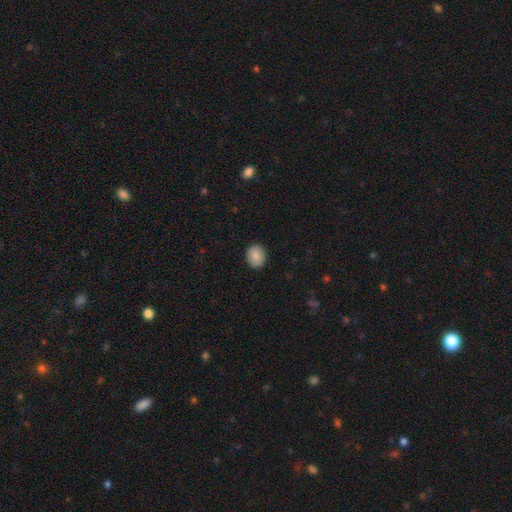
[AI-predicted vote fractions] A smooth galaxy with no disk features (87%) that is round (69%).

Vote fractions:
- Smooth or featured? smooth: 87% / star or artifact: 8% / featured or disk: 5%
- How rounded? round: 69% / in between: 30% / cigar-shaped: 1%
- Merging? none: 90% / minor disturbance: 7% / major disturbance: 2% / merger: 1%